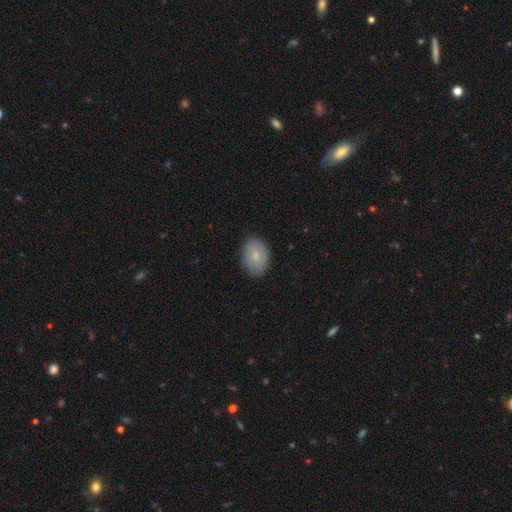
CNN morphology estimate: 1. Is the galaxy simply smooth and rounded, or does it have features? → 74% smooth, 19% featured or disk, 7% star or artifact.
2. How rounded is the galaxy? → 77% in between, 22% round, 1% cigar-shaped.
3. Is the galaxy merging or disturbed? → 80% none, 16% minor disturbance, 3% major disturbance, 1% merger.